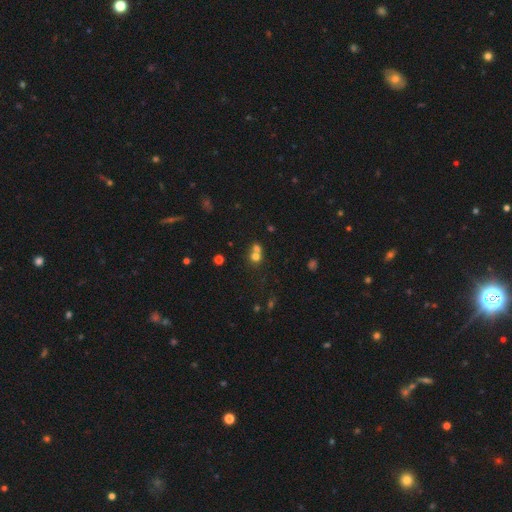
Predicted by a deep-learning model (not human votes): Overall: smooth (67%). How rounded: round (79%). Merging: merger (56%; none 35%).